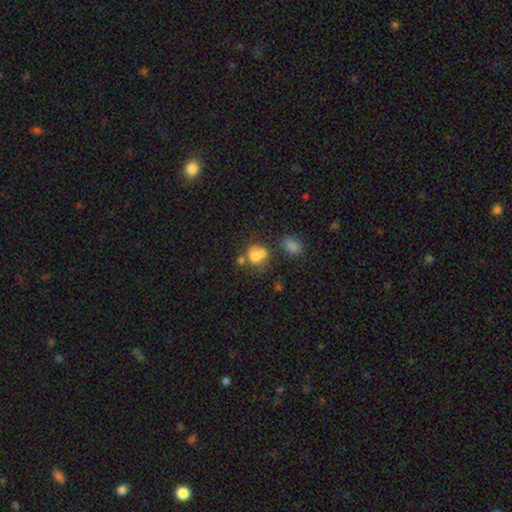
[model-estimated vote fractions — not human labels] Smooth or featured? smooth (68%)
How rounded? round (63%)
Merging? merger (48%)